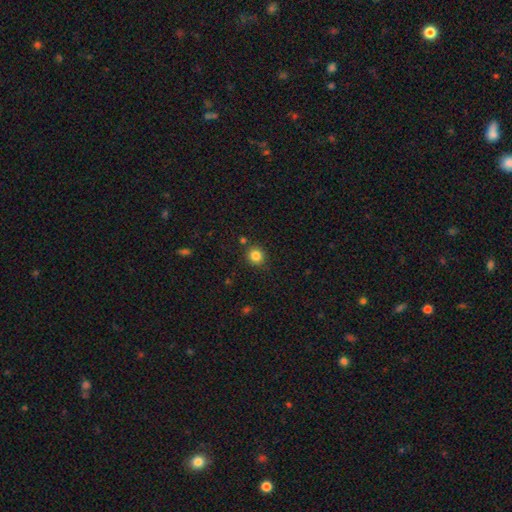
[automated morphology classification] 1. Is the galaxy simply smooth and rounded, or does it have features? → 84% smooth, 11% star or artifact, 5% featured or disk.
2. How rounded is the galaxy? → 88% round, 11% in between, 1% cigar-shaped.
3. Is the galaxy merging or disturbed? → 86% none, 8% minor disturbance, 4% merger, 2% major disturbance.